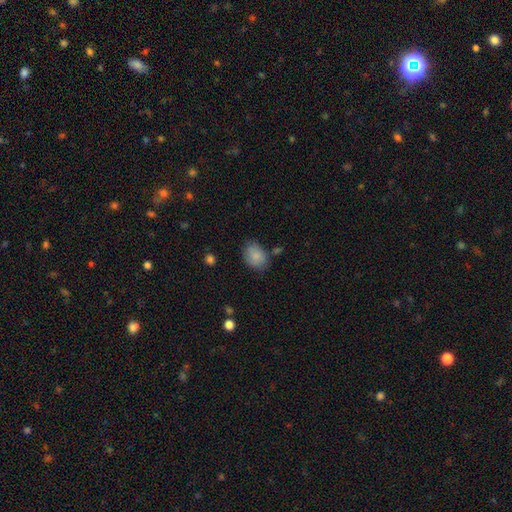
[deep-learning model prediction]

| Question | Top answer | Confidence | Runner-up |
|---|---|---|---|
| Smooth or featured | smooth | 86% | star or artifact (7%) |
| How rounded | in between | 69% | round (30%) |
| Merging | none | 70% | minor disturbance (20%) |